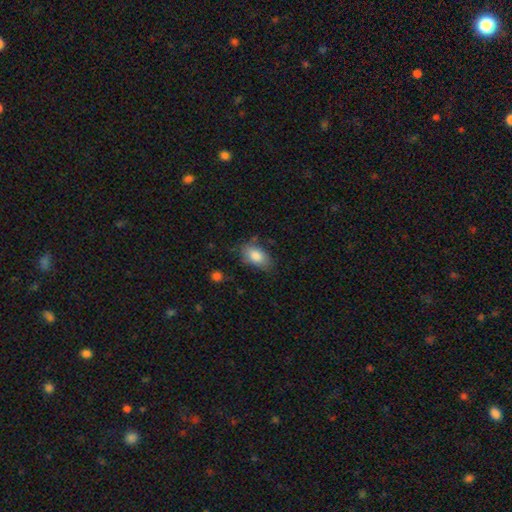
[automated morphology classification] This is clearly a smooth galaxy (83%). How rounded: clearly in between (91%). Merging: likely none (71%).